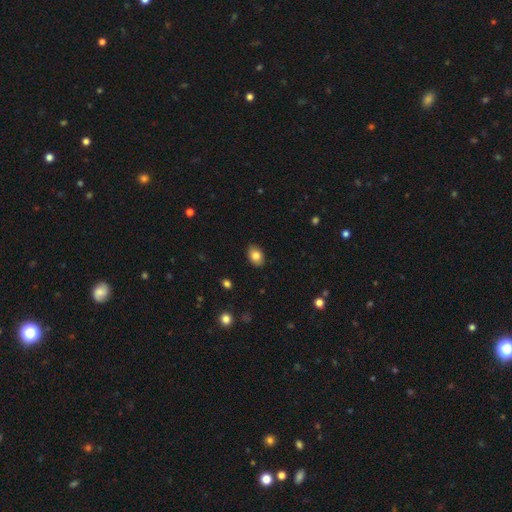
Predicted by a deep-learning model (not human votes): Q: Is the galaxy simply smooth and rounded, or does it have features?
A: smooth — 82%.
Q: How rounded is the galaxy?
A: in between — 79%.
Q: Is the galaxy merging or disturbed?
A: none — 86%.